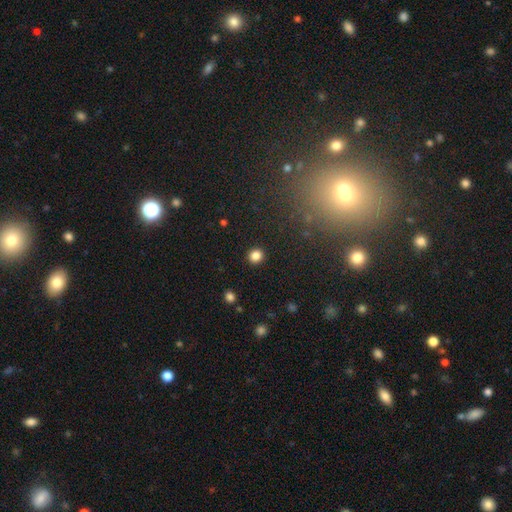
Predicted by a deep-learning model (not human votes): Smooth or featured: smooth — 84% (star or artifact — 12%)
How rounded: round — 90% (in between — 9%)
Merging: none — 92% (minor disturbance — 5%)